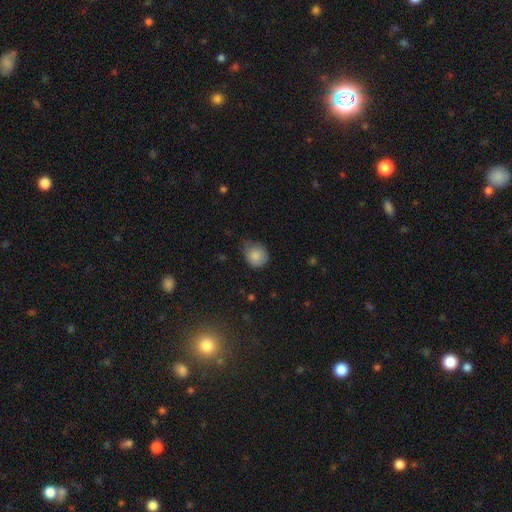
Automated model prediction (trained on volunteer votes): smooth_or_featured: smooth (p=0.84) [alt: star or artifact p=0.09]
how_rounded: round (p=0.72) [alt: in between p=0.27]
merging: none (p=0.54) [alt: minor disturbance p=0.37]